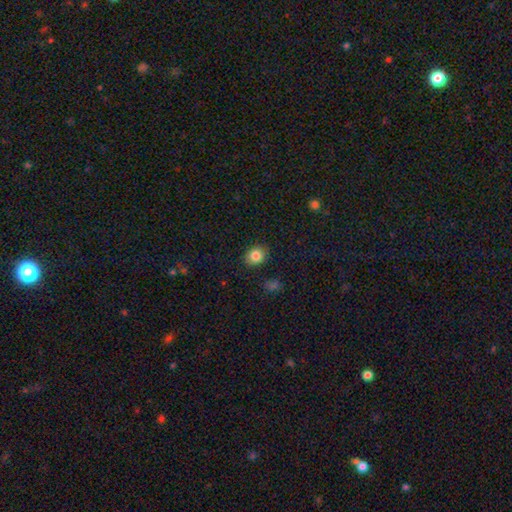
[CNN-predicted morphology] smooth_or_featured: smooth (p=0.84) [alt: star or artifact p=0.10]
how_rounded: round (p=0.59) [alt: in between p=0.41]
merging: none (p=0.88) [alt: minor disturbance p=0.09]